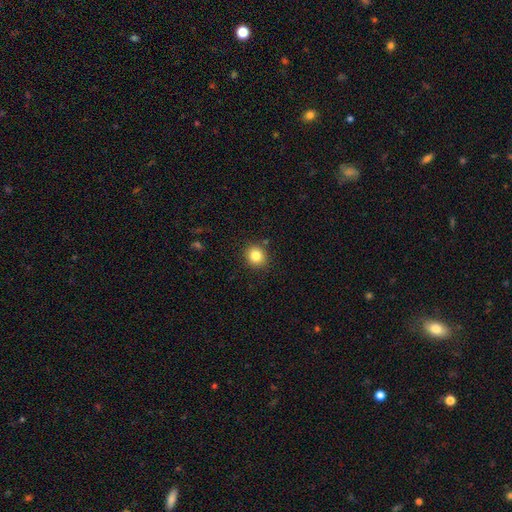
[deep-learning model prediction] This appears to be a smooth galaxy with no disk features (83%) that is round (82%). Merging: none (87%).